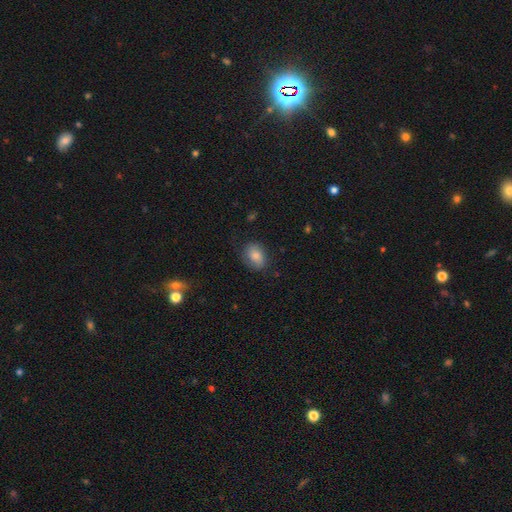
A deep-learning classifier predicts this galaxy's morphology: A smooth galaxy with no disk features (82%) that is in between round and cigar-shaped (69%).

Vote fractions:
- Smooth or featured? smooth: 82% / featured or disk: 10% / star or artifact: 8%
- How rounded? in between: 69% / round: 30% / cigar-shaped: 1%
- Merging? none: 76% / minor disturbance: 18% / major disturbance: 5% / merger: 1%